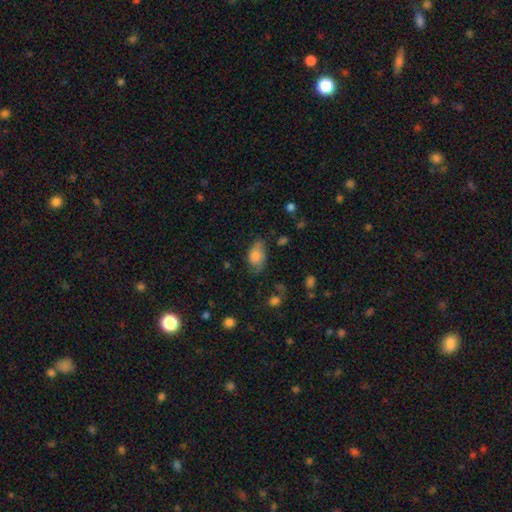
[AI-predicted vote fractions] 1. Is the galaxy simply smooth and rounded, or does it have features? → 68% smooth, 22% featured or disk, 9% star or artifact.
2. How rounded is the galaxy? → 88% in between, 10% round, 2% cigar-shaped.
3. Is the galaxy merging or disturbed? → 57% none, 30% minor disturbance, 11% major disturbance, 2% merger.